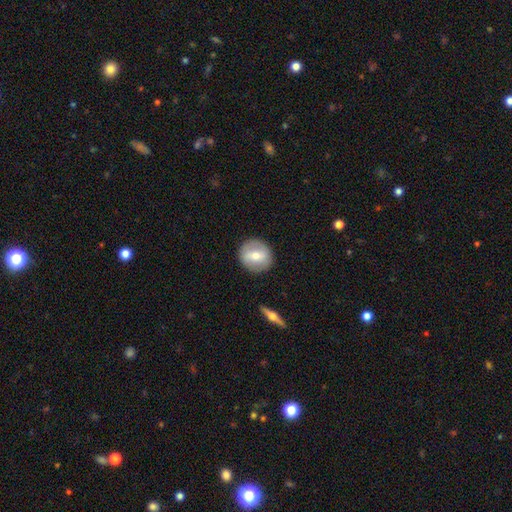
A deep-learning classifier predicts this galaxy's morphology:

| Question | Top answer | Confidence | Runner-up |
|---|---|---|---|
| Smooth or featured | smooth | 53% | featured or disk (40%) |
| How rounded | round | 87% | in between (12%) |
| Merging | none | 88% | minor disturbance (8%) |